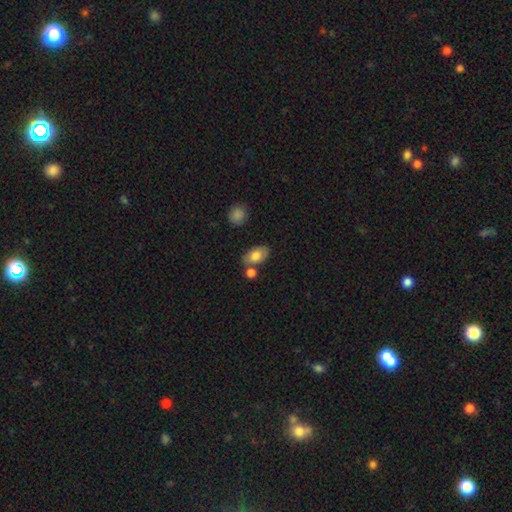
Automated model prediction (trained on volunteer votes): The model was most divided on "merging": none: 67%, merger: 16%, minor disturbance: 14%, major disturbance: 4%. More confident: how rounded — in between (90%); smooth or featured — smooth (79%).